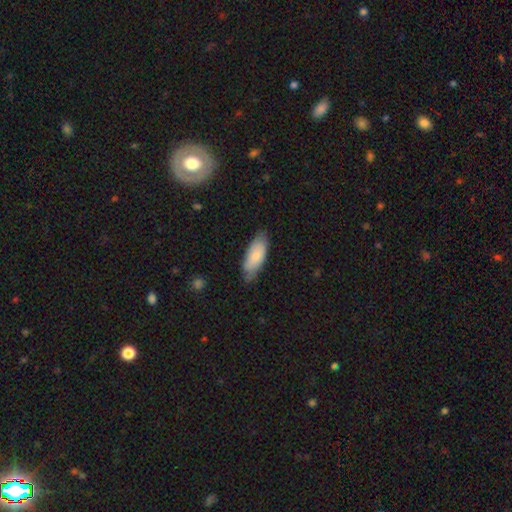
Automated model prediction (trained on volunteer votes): Smooth or featured? smooth (75%)
How rounded? in between (78%)
Merging? none (68%)